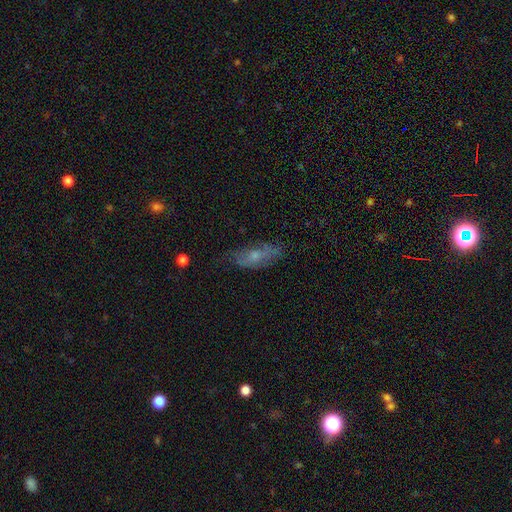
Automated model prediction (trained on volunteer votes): A smooth galaxy with no disk features (49%).

Vote fractions:
- Smooth or featured? smooth: 49% / featured or disk: 41% / star or artifact: 10%
- Merging? none: 61% / minor disturbance: 26% / major disturbance: 10% / merger: 2%